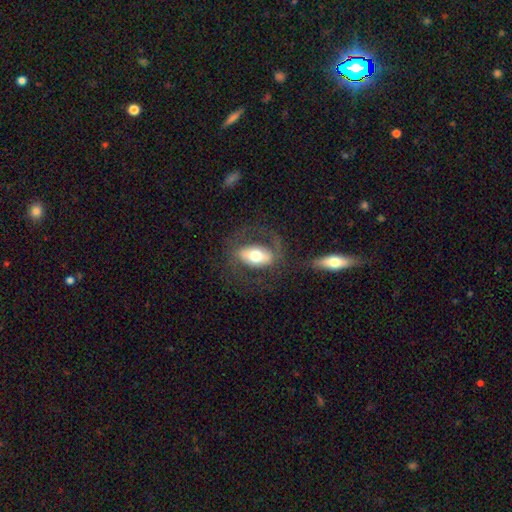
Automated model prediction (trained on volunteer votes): smooth-or-featured: featured or disk: 55% | smooth: 38% | star or artifact: 7%
  disk-edge-on: no: 86% | yes: 14%
  merging: none: 64% | major disturbance: 17% | minor disturbance: 16% | merger: 3%